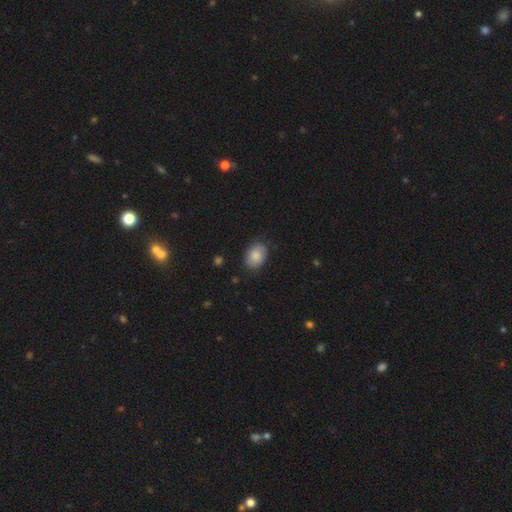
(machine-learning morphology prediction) type=smooth (80%); roundness=in between (74%); merging=none (78%).